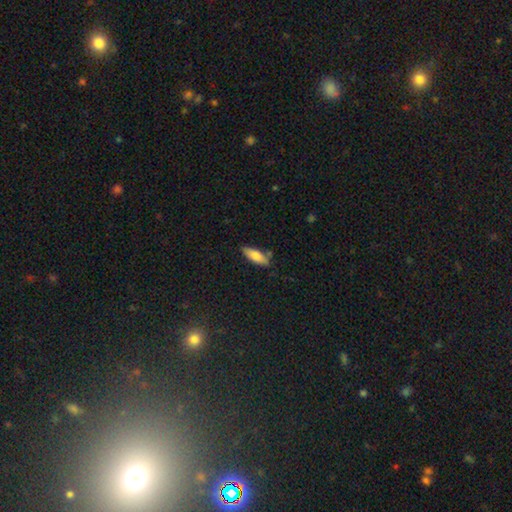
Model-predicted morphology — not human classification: Smooth or featured? smooth (77%)
How rounded? in between (60%)
Merging? none (74%)